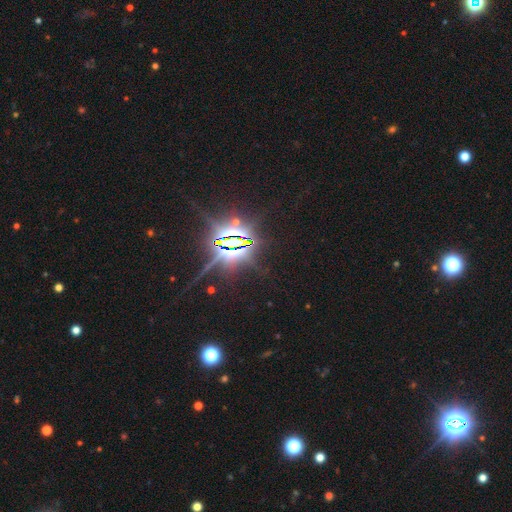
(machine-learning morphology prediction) Smooth or featured? Predicted: star or artifact (p=0.87).